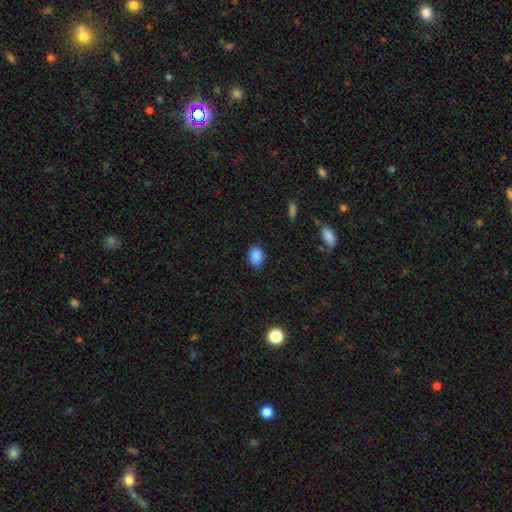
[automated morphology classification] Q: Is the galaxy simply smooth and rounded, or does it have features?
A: smooth — 86%.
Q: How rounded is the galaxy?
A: in between — 79%.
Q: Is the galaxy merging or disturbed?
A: none — 83%.